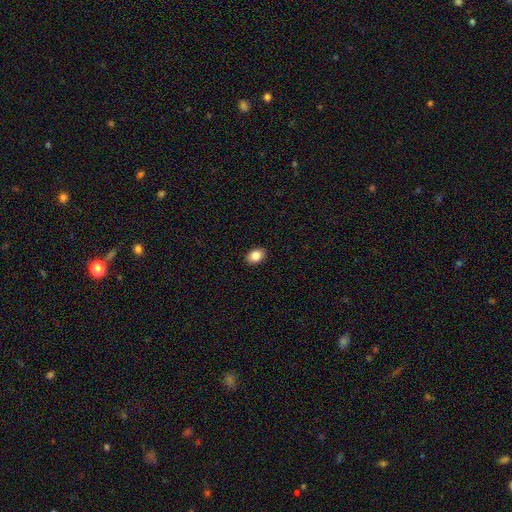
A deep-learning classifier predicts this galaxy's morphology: Q: Smooth or featured?
A: smooth (85%); runner-up: star or artifact (9%)
Q: How rounded?
A: in between (72%); runner-up: round (27%)
Q: Merging?
A: none (90%); runner-up: minor disturbance (7%)